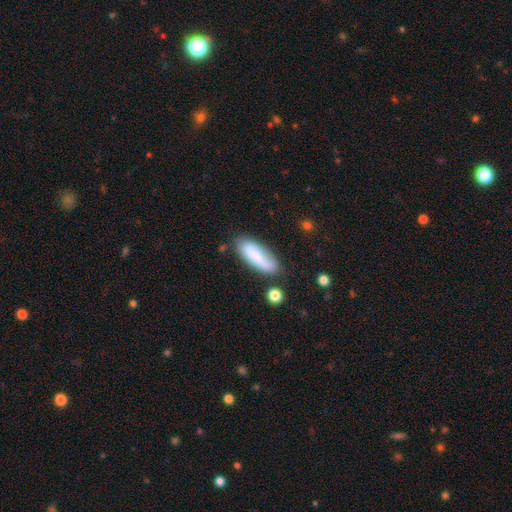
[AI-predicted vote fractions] Smooth or featured? smooth (75%)
How rounded? in between (60%)
Merging? none (67%)